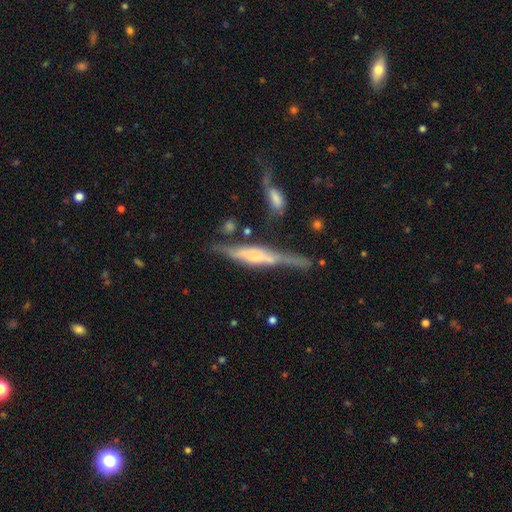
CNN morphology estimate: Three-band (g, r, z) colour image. It shows a featured or disk galaxy (71%) viewed edge-on (92%) with a boxy central bulge (47%). Merging: none (53%).